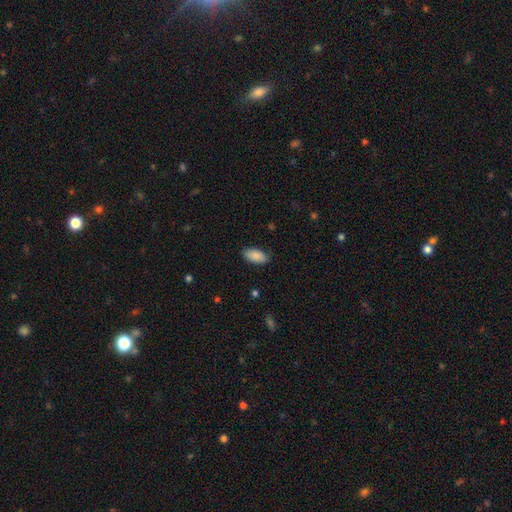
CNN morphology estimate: The model was most divided on "merging": none: 85%, minor disturbance: 12%, major disturbance: 2%, merger: 1%. More confident: how rounded — in between (94%); smooth or featured — smooth (88%).